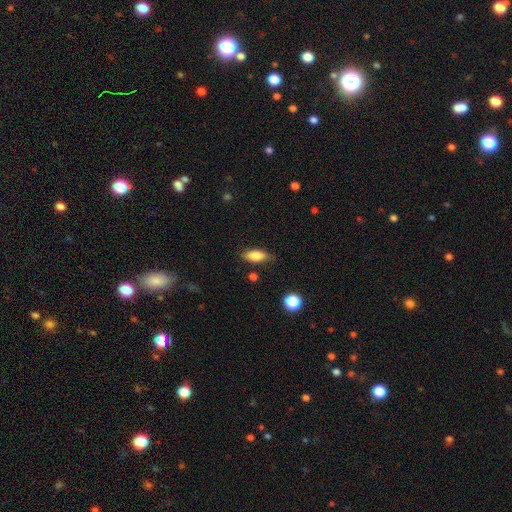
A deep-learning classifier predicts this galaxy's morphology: Q: Smooth or featured?
A: smooth (81%); runner-up: featured or disk (11%)
Q: How rounded?
A: in between (80%); runner-up: cigar-shaped (17%)
Q: Merging?
A: none (80%); runner-up: minor disturbance (15%)